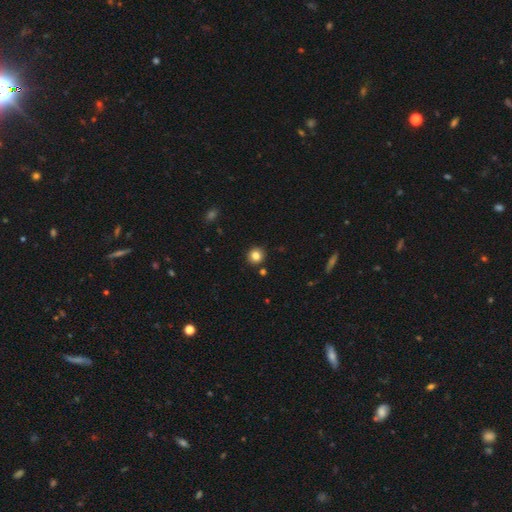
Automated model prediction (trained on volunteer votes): Smooth or featured? Predicted: smooth (p=0.82). How rounded? Predicted: round (p=0.92). Merging? Predicted: none (p=0.89).